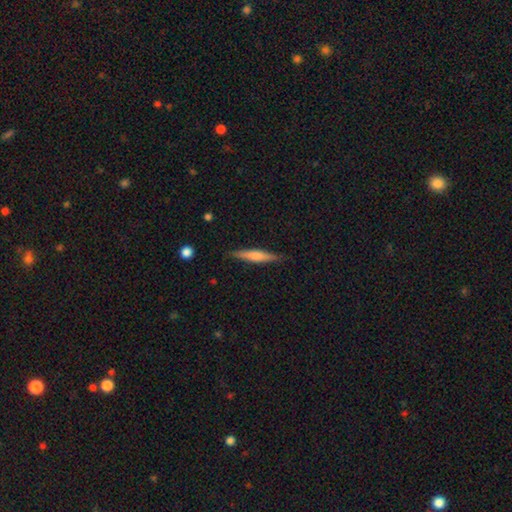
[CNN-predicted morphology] Overall: smooth (56%; featured or disk 39%). How rounded: cigar-shaped (90%). Merging: none (87%).